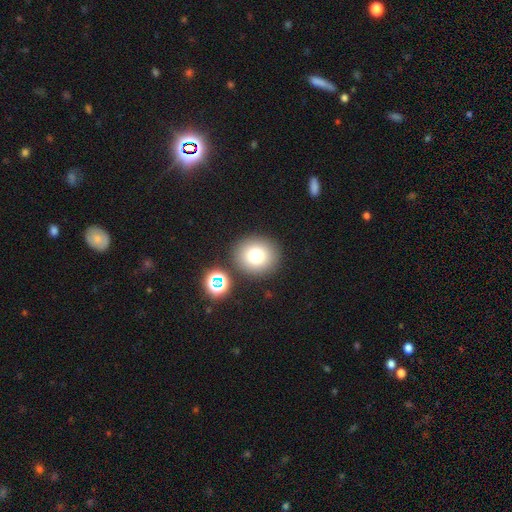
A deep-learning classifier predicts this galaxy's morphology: smooth 77%, star or artifact 14%, featured or disk 10%. Down the decision tree: how rounded — round (86%); merging — none (83%).